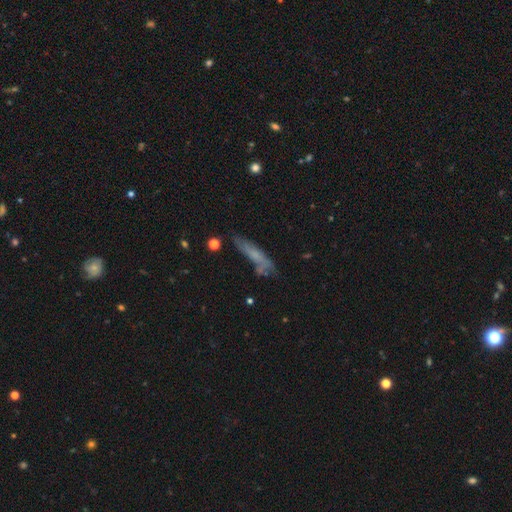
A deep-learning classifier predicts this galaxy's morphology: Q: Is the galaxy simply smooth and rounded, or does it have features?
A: smooth — 57%.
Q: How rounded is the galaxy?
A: cigar-shaped — 79%.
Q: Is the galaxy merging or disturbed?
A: none — 55%.